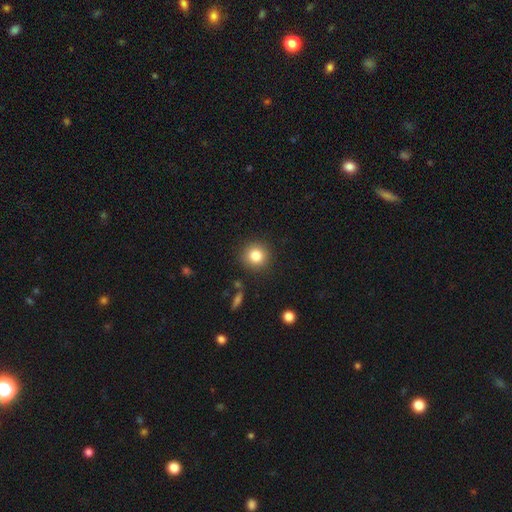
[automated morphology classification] This appears to be a smooth galaxy with no disk features (81%) that is round (92%). Merging: none (90%).